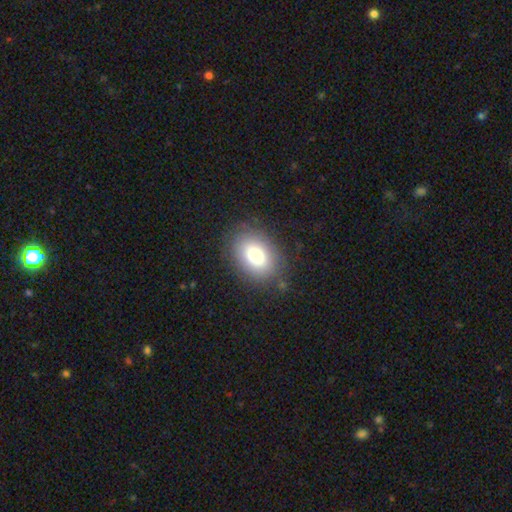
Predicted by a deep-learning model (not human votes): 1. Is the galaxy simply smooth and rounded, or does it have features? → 78% smooth, 13% featured or disk, 9% star or artifact.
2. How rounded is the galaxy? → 77% in between, 22% round, 1% cigar-shaped.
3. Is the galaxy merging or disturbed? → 81% none, 13% minor disturbance, 5% major disturbance, 2% merger.